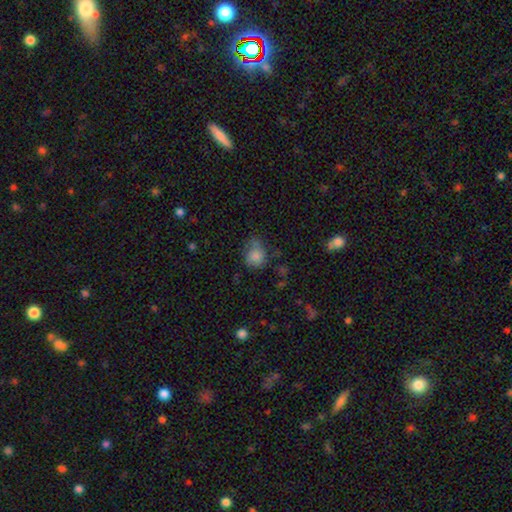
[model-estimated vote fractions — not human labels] smooth_or_featured: smooth (p=0.78) [alt: featured or disk p=0.12]
how_rounded: round (p=0.57) [alt: in between p=0.42]
merging: none (p=0.42) [alt: minor disturbance p=0.35]